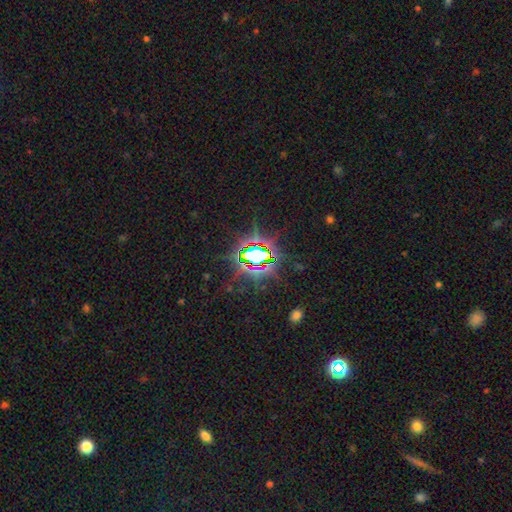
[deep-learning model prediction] The model was most divided on "smooth or featured": star or artifact: 79%, smooth: 12%, featured or disk: 9%.